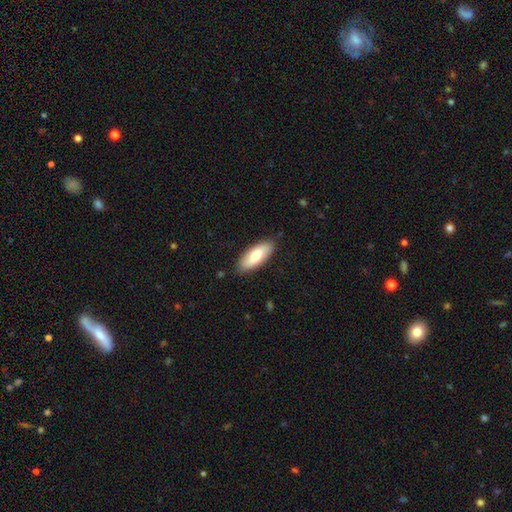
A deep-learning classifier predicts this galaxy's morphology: Smooth or featured?
  - smooth: 74% *
  - featured or disk: 21%
  - star or artifact: 5%
How rounded?
  - in between: 77% *
  - cigar-shaped: 21%
  - round: 2%
Merging?
  - none: 85% *
  - minor disturbance: 11%
  - major disturbance: 2%
  - merger: 1%